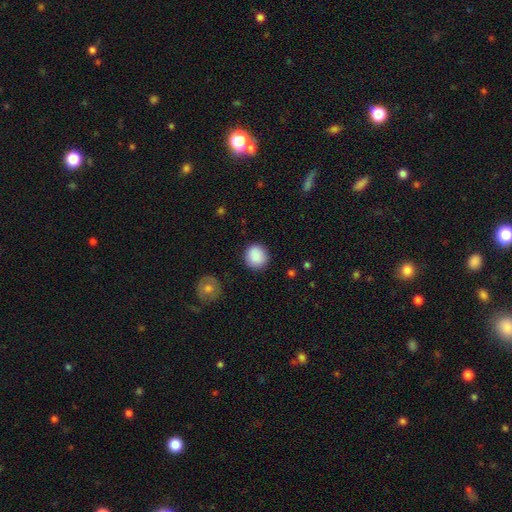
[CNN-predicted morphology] Smooth or featured? smooth (89%)
How rounded? round (90%)
Merging? none (89%)